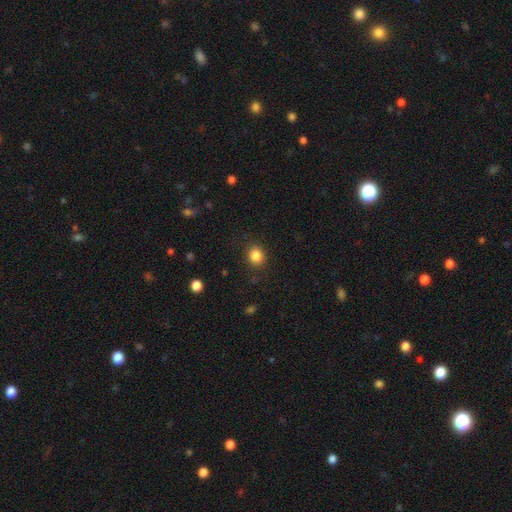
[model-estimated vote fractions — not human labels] A smooth galaxy with no disk features (85%) that is round (72%).

Vote fractions:
- Smooth or featured? smooth: 85% / star or artifact: 11% / featured or disk: 4%
- How rounded? round: 72% / in between: 27% / cigar-shaped: 1%
- Merging? none: 87% / minor disturbance: 9% / major disturbance: 3% / merger: 1%